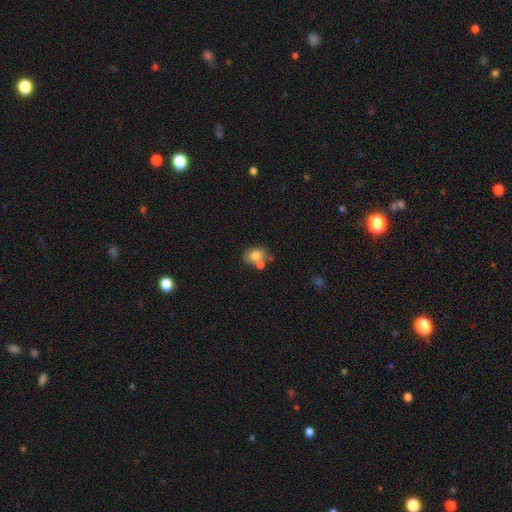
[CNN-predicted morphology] smooth-or-featured: smooth: 76% | featured or disk: 14% | star or artifact: 9%
  how-rounded: in between: 64% | round: 35% | cigar-shaped: 1%
  merging: none: 53% | merger: 29% | minor disturbance: 14% | major disturbance: 4%